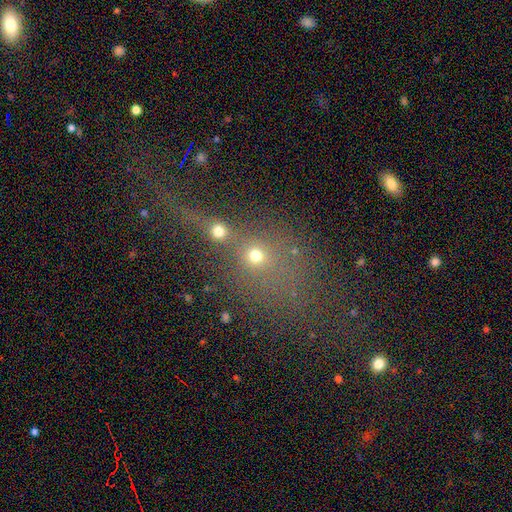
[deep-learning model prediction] smooth-or-featured: smooth: 66% | star or artifact: 23% | featured or disk: 11%
  how-rounded: round: 79% | in between: 19% | cigar-shaped: 2%
  merging: merger: 44% | none: 42% | minor disturbance: 8% | major disturbance: 6%